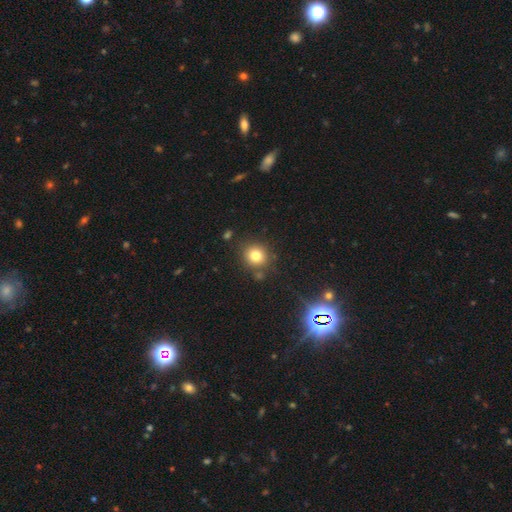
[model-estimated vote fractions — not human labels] Smooth or featured: smooth — 79% (star or artifact — 14%)
How rounded: round — 86% (in between — 13%)
Merging: none — 82% (minor disturbance — 10%)